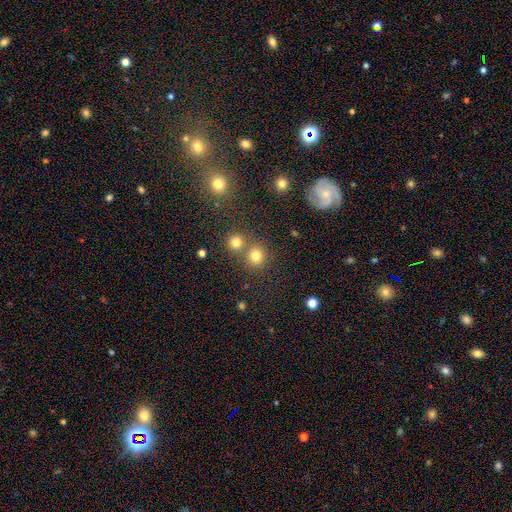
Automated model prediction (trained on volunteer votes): Smooth or featured?
  - smooth: 77% *
  - star or artifact: 17%
  - featured or disk: 7%
How rounded?
  - round: 88% *
  - in between: 11%
  - cigar-shaped: 1%
Merging?
  - none: 66% *
  - merger: 24%
  - minor disturbance: 7%
  - major disturbance: 3%